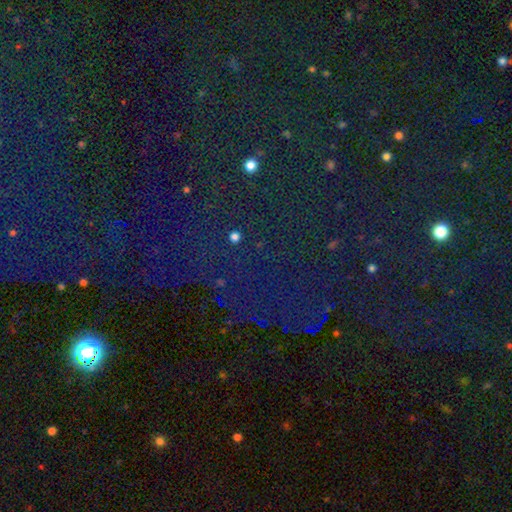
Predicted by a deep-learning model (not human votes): This is likely a star or artifact rather than a galaxy (78%).